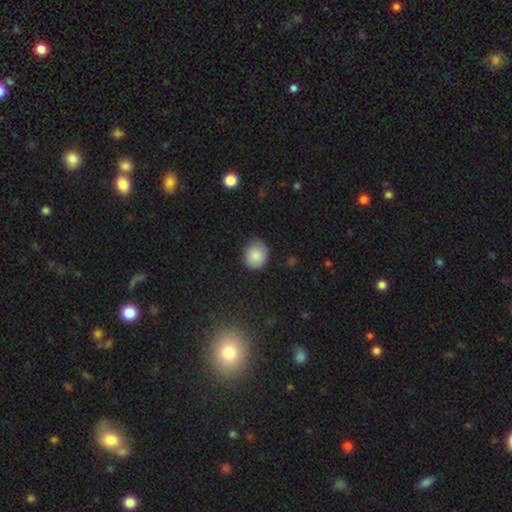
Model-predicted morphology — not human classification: type=smooth (86%); roundness=round (66%); merging=none (78%).